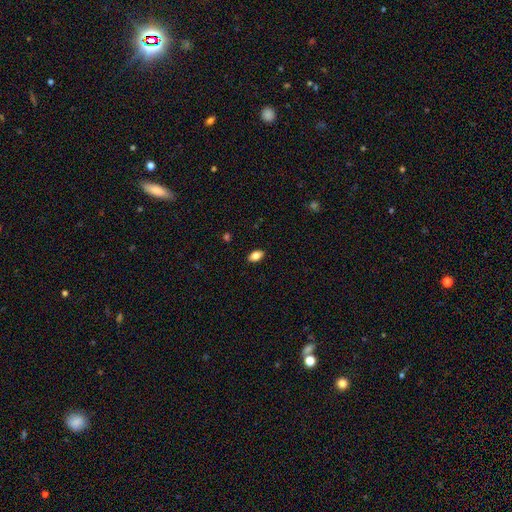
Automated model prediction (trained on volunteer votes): smooth_or_featured: smooth (p=0.84) [alt: star or artifact p=0.08]
how_rounded: in between (p=0.90) [alt: round p=0.07]
merging: none (p=0.89) [alt: minor disturbance p=0.08]